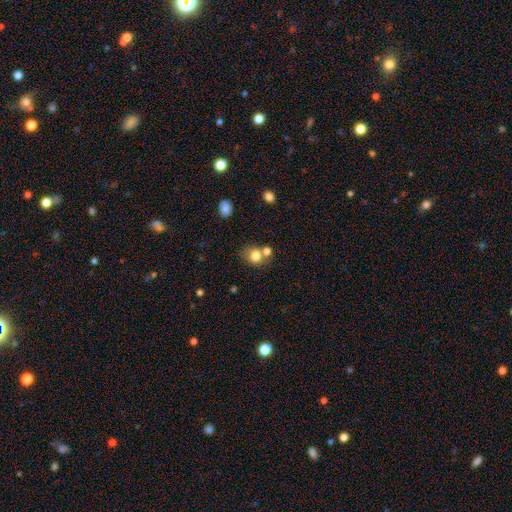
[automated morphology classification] Smooth or featured?
  - smooth: 79% *
  - star or artifact: 12%
  - featured or disk: 9%
How rounded?
  - round: 70% *
  - in between: 29%
  - cigar-shaped: 1%
Merging?
  - none: 57% *
  - merger: 27%
  - minor disturbance: 12%
  - major disturbance: 4%